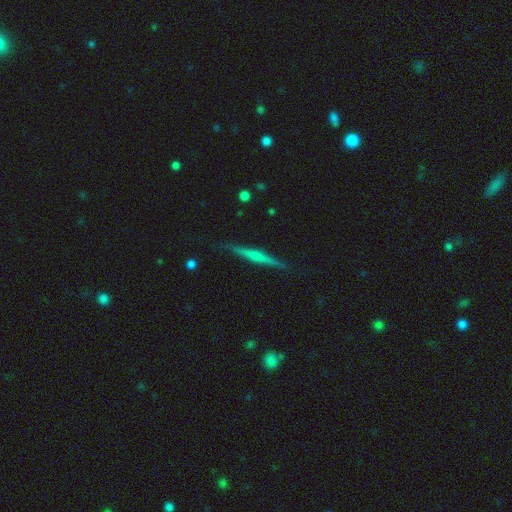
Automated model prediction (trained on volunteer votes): This is likely a featured or disk galaxy (70%). It is clearly viewed edge-on (98%). Edge-on bulge: possibly rounded (59%). Merging: clearly none (89%).